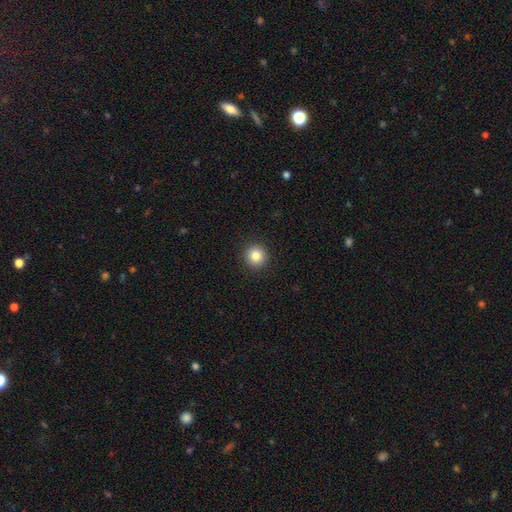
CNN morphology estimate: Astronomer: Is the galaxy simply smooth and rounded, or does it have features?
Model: smooth — 84%.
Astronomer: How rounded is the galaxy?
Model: round — 94%.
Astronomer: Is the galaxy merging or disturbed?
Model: none — 92%.